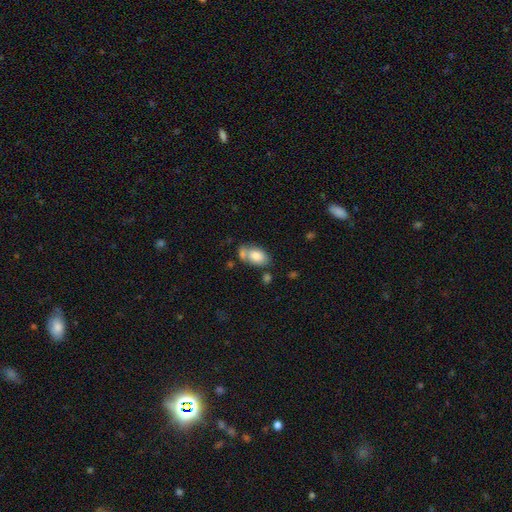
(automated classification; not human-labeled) Q: Smooth or featured?
A: smooth (80%); runner-up: featured or disk (12%)
Q: How rounded?
A: in between (90%); runner-up: round (9%)
Q: Merging?
A: none (43%); runner-up: merger (33%)